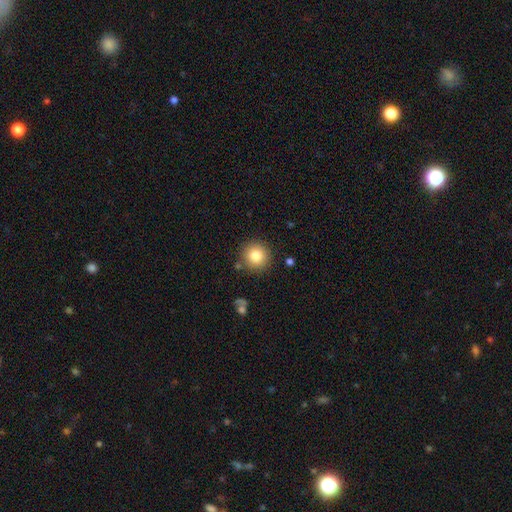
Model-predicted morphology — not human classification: Smooth or featured?
  - smooth: 83% *
  - star or artifact: 10%
  - featured or disk: 7%
How rounded?
  - round: 94% *
  - in between: 5%
  - cigar-shaped: 1%
Merging?
  - none: 86% *
  - minor disturbance: 8%
  - merger: 3%
  - major disturbance: 3%